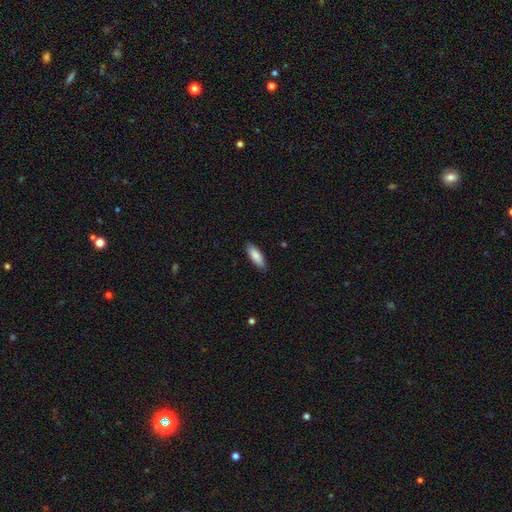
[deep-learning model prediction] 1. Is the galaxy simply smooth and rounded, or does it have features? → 86% smooth, 8% featured or disk, 6% star or artifact.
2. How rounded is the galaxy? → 66% in between, 33% cigar-shaped, 2% round.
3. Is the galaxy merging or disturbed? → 87% none, 10% minor disturbance, 2% major disturbance, 1% merger.